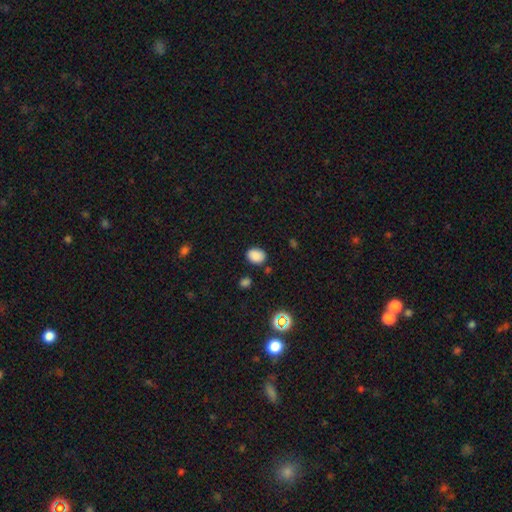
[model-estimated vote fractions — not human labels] The model was most divided on "how rounded": in between: 64%, round: 35%, cigar-shaped: 1%. More confident: smooth or featured — smooth (85%); merging — none (82%).